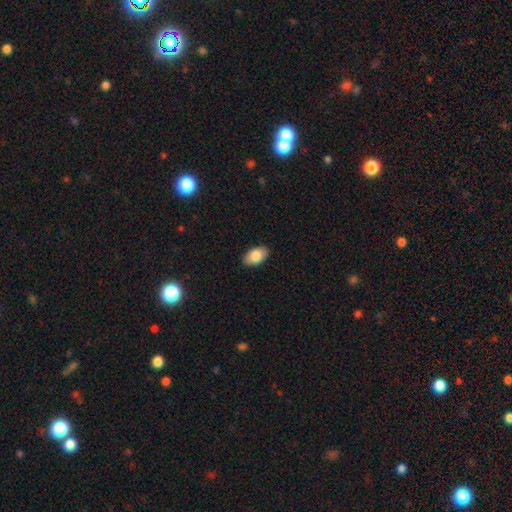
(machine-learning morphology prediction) Smooth or featured? smooth (85%)
How rounded? in between (93%)
Merging? none (89%)